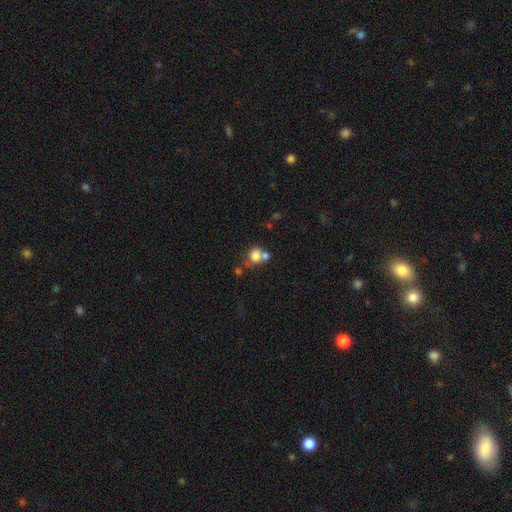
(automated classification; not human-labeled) The model was most divided on "merging": merger: 48%, none: 34%, minor disturbance: 11%, major disturbance: 7%. More confident: smooth or featured — smooth (76%); how rounded — round (62%).